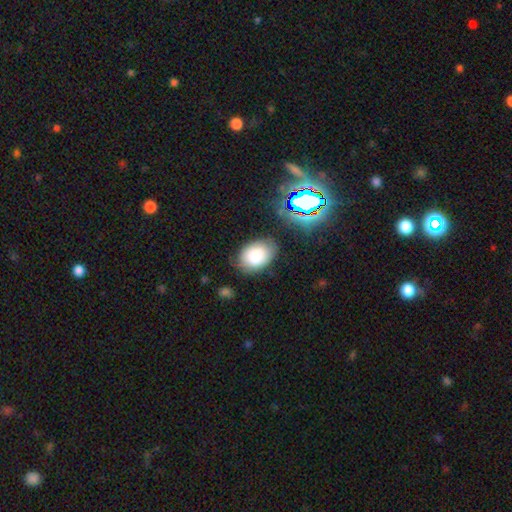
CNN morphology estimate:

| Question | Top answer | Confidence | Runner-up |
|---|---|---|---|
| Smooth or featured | smooth | 80% | star or artifact (11%) |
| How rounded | in between | 80% | round (19%) |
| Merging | none | 72% | minor disturbance (20%) |